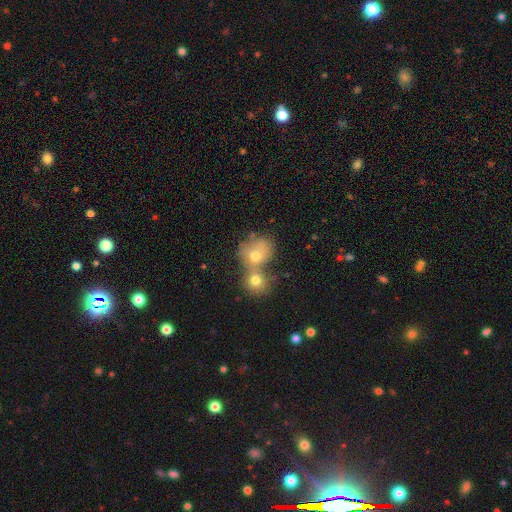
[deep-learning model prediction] The model was most divided on "how rounded": round: 68%, in between: 31%, cigar-shaped: 1%. More confident: smooth or featured — smooth (69%); merging — merger (68%).